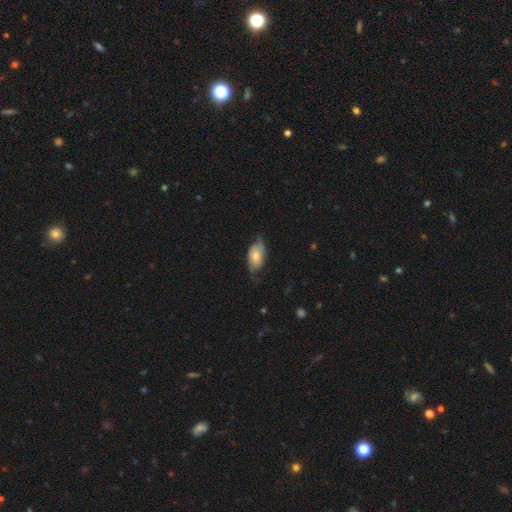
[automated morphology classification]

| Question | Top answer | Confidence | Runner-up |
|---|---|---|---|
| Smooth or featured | smooth | 56% | featured or disk (37%) |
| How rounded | in between | 92% | round (5%) |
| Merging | none | 53% | minor disturbance (33%) |